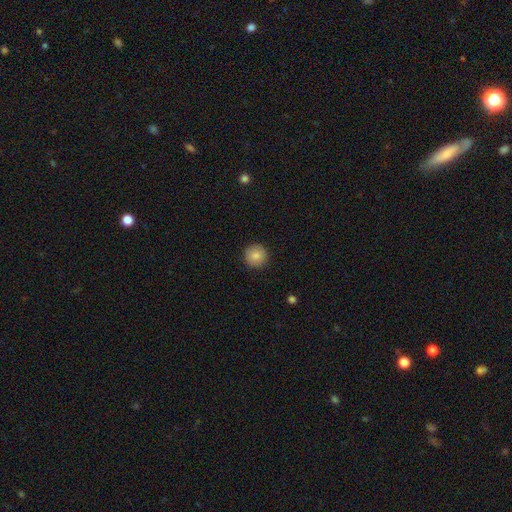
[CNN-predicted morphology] A smooth galaxy with no disk features (85%) that is round (95%). Merging: none (92%).